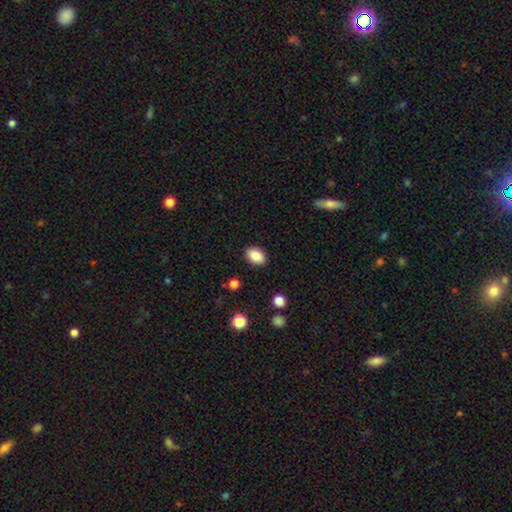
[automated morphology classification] A smooth galaxy with no disk features (86%) that is in between round and cigar-shaped (80%).

Vote fractions:
- Smooth or featured? smooth: 86% / star or artifact: 8% / featured or disk: 6%
- How rounded? in between: 80% / round: 19% / cigar-shaped: 1%
- Merging? none: 89% / minor disturbance: 8% / major disturbance: 2% / merger: 1%